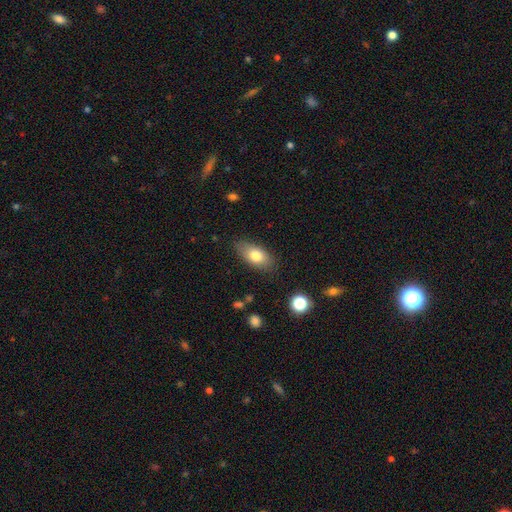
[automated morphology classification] This is likely a smooth galaxy (77%). How rounded: clearly in between (89%). Merging: clearly none (81%).